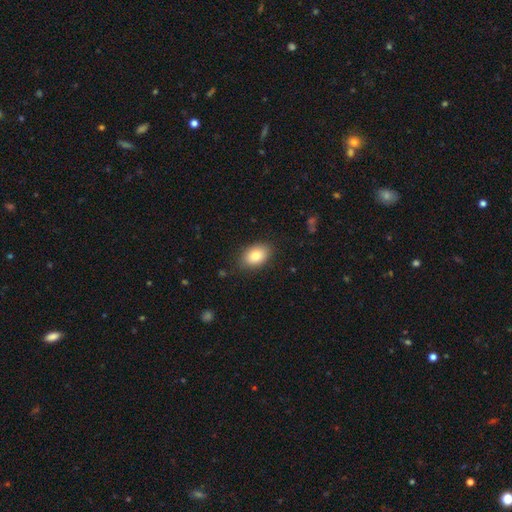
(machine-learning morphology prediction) This is clearly a smooth galaxy (81%). How rounded: clearly in between (85%). Merging: clearly none (86%).